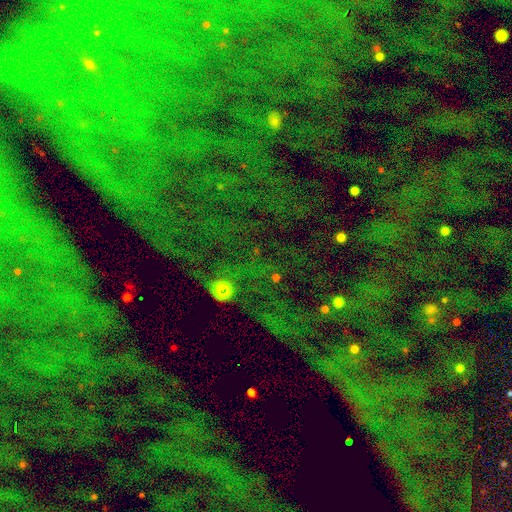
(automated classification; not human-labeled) A star or artifact, not a galaxy (81%).